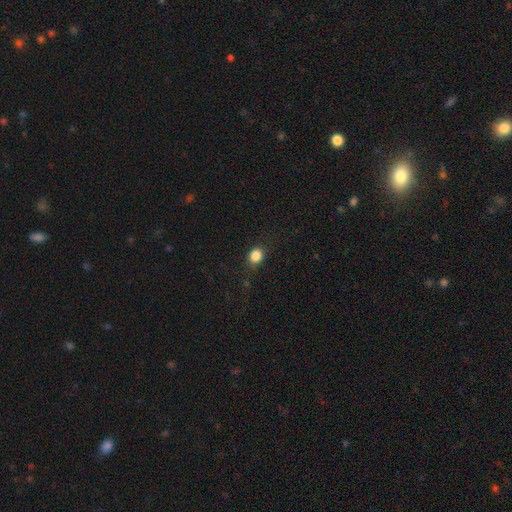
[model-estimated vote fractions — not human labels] Morphology: type=smooth (85%); roundness=round (67%); merging=none (81%).